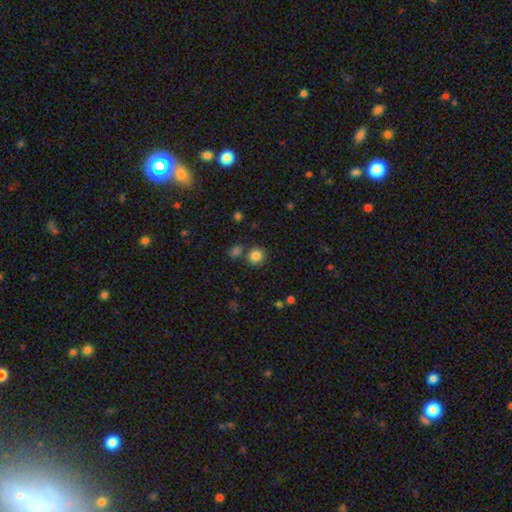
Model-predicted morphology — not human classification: Q: Smooth or featured?
A: smooth (85%); runner-up: star or artifact (11%)
Q: How rounded?
A: round (91%); runner-up: in between (8%)
Q: Merging?
A: none (77%); runner-up: merger (11%)